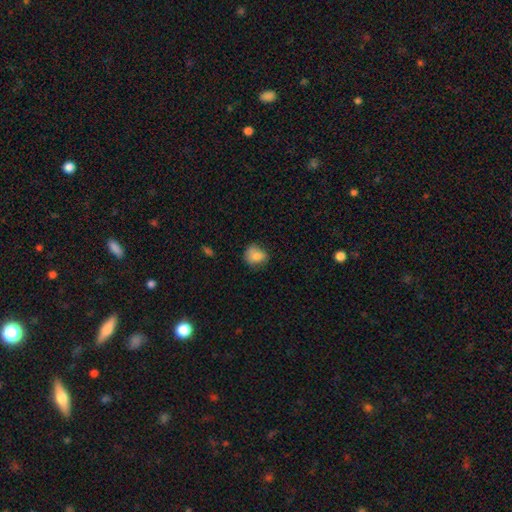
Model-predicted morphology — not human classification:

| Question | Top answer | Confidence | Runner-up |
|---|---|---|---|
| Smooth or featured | smooth | 82% | featured or disk (10%) |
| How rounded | round | 62% | in between (37%) |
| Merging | none | 64% | minor disturbance (28%) |